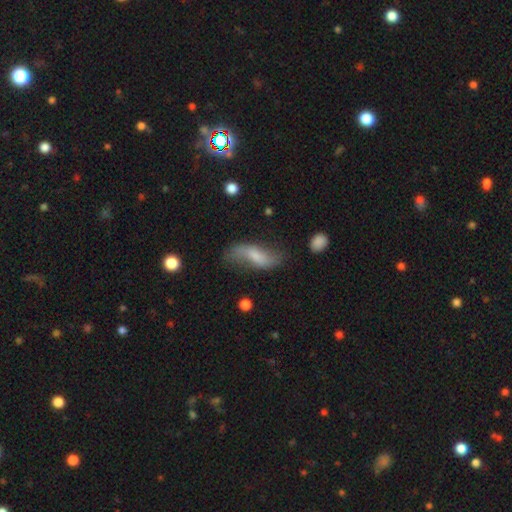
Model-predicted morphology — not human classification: Smooth or featured?
  - featured or disk: 51% *
  - smooth: 41%
  - star or artifact: 8%
Edge-on disk?
  - no: 87% *
  - yes: 13%
Merging?
  - none: 53% *
  - minor disturbance: 27%
  - major disturbance: 16%
  - merger: 4%